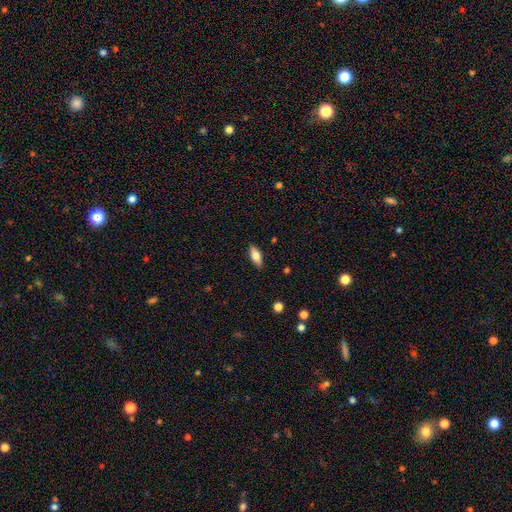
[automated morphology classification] A smooth galaxy with no disk features (70%) that is in between round and cigar-shaped (77%). Merging: none (88%).